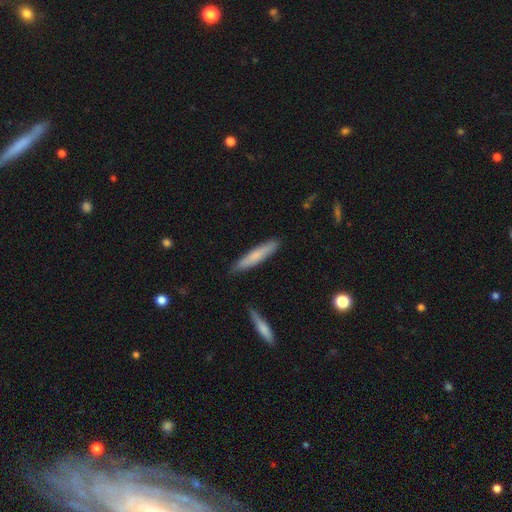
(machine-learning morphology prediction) Q: Smooth or featured?
A: smooth (72%); runner-up: featured or disk (22%)
Q: How rounded?
A: cigar-shaped (90%); runner-up: in between (9%)
Q: Merging?
A: none (87%); runner-up: minor disturbance (10%)